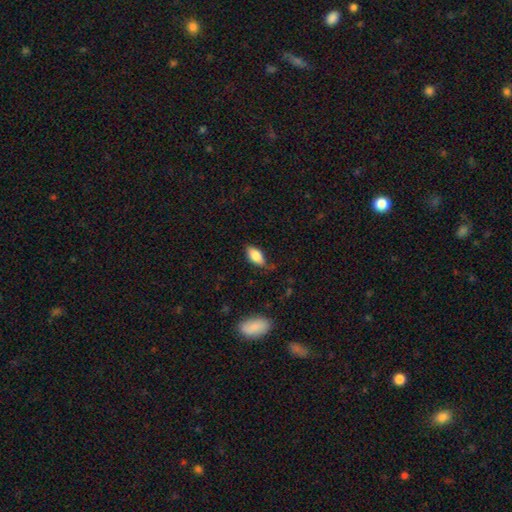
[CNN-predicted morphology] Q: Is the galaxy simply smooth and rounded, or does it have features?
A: smooth — 80%.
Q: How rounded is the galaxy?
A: in between — 90%.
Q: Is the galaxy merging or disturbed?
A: none — 65%.